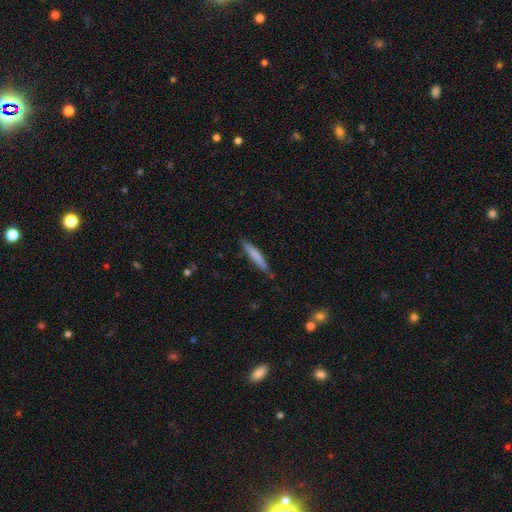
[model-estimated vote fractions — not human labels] A smooth galaxy with no disk features (72%) that is cigar-shaped (93%).

Vote fractions:
- Smooth or featured? smooth: 72% / featured or disk: 23% / star or artifact: 6%
- How rounded? cigar-shaped: 93% / in between: 6% / round: 1%
- Merging? none: 83% / minor disturbance: 13% / merger: 2% / major disturbance: 2%